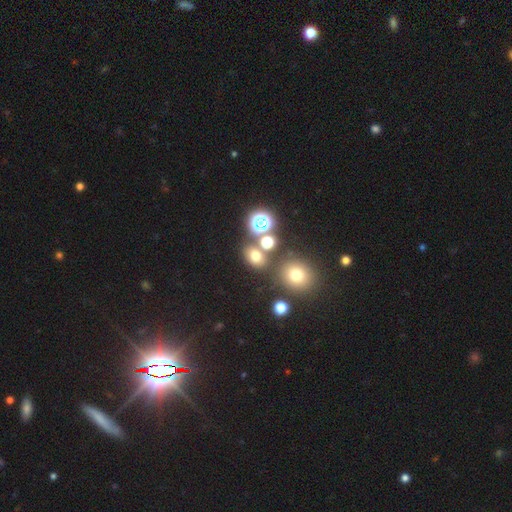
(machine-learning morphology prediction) Smooth or featured? Predicted: smooth (p=0.65). How rounded? Predicted: round (p=0.50). Merging? Predicted: none (p=0.68).